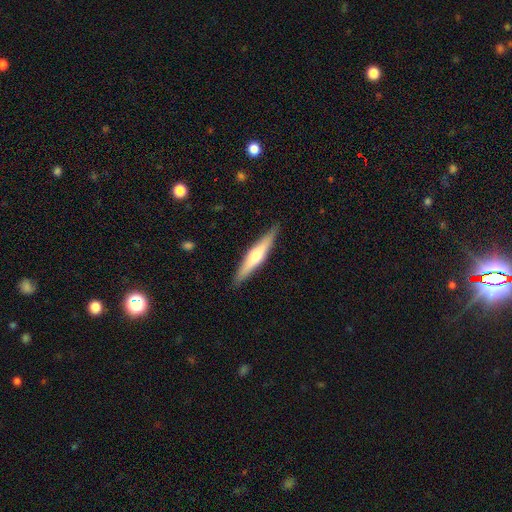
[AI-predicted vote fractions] smooth_or_featured: featured or disk (p=0.55) [alt: smooth p=0.39]
disk_edge_on: yes (p=0.96) [alt: no p=0.04]
edge_on_bulge: rounded (p=0.84) [alt: none p=0.10]
merging: none (p=0.90) [alt: minor disturbance p=0.08]